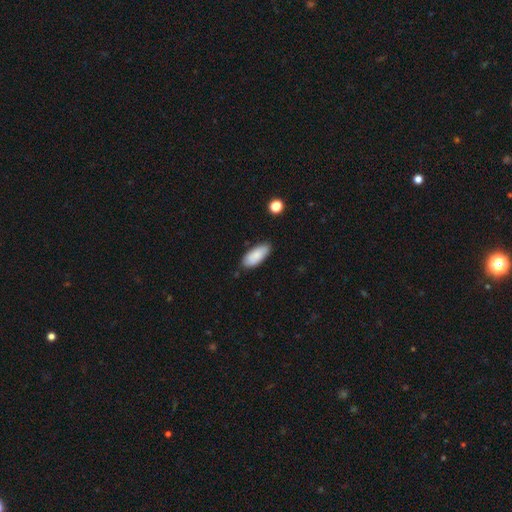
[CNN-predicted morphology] type=smooth (86%); roundness=in between (87%); merging=none (83%).